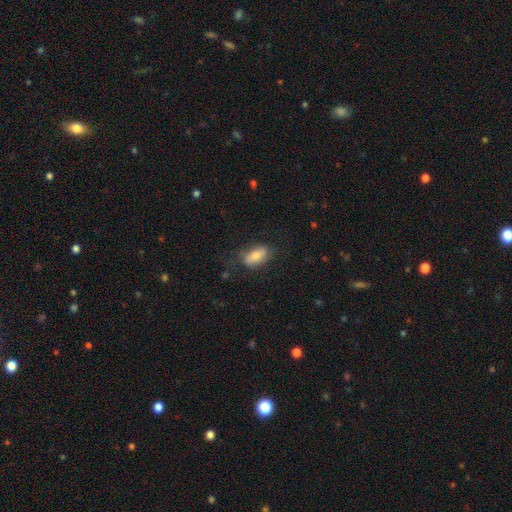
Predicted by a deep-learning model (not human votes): A smooth galaxy with no disk features (71%) that is in between round and cigar-shaped (87%). Merging: none (74%).